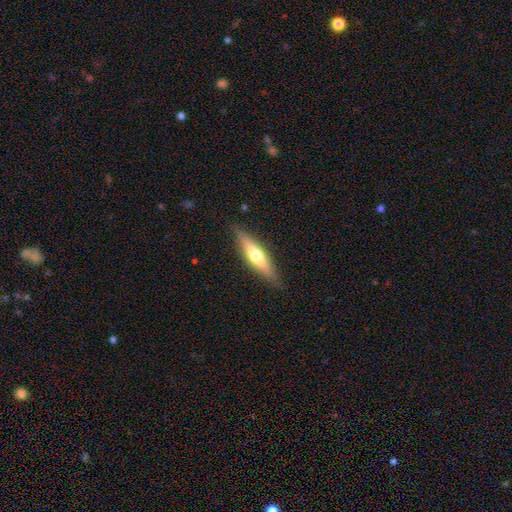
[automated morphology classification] featured or disk 49%, smooth 45%, star or artifact 6%. Down the decision tree: merging — none (86%).